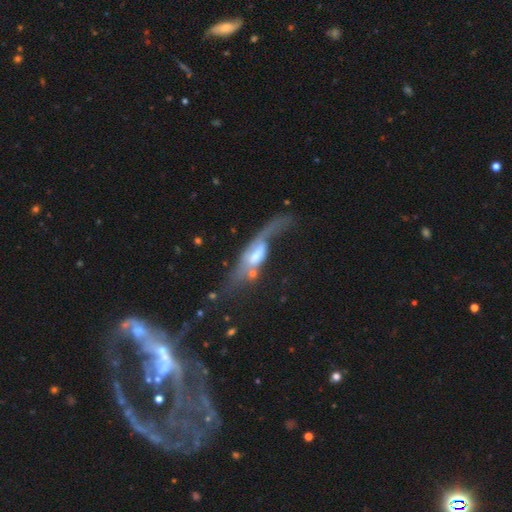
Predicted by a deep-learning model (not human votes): This appears to be a featured or disk galaxy (60%). Merging: major disturbance (50%).